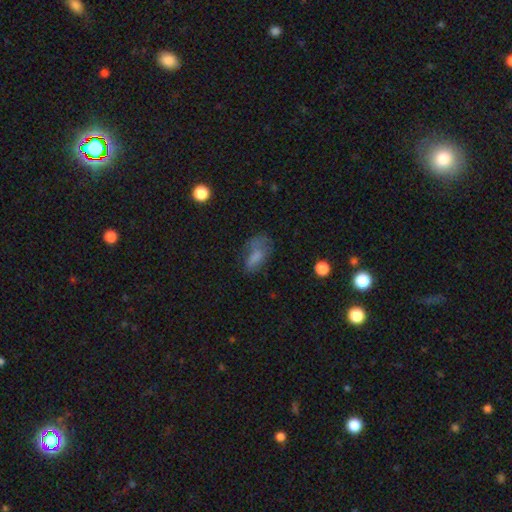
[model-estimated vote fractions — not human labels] Smooth or featured?
  - smooth: 66% *
  - featured or disk: 21%
  - star or artifact: 14%
How rounded?
  - in between: 85% *
  - cigar-shaped: 9%
  - round: 7%
Merging?
  - none: 36% *
  - major disturbance: 31%
  - minor disturbance: 28%
  - merger: 5%